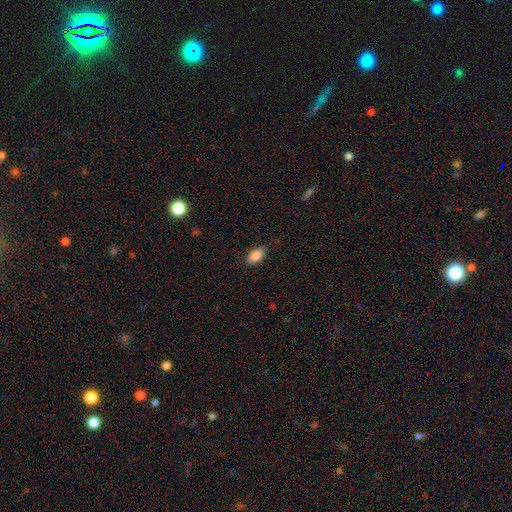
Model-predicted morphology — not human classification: A smooth galaxy with no disk features (87%) that is in between round and cigar-shaped (90%).

Vote fractions:
- Smooth or featured? smooth: 87% / star or artifact: 7% / featured or disk: 6%
- How rounded? in between: 90% / cigar-shaped: 6% / round: 4%
- Merging? none: 74% / minor disturbance: 21% / major disturbance: 4% / merger: 1%